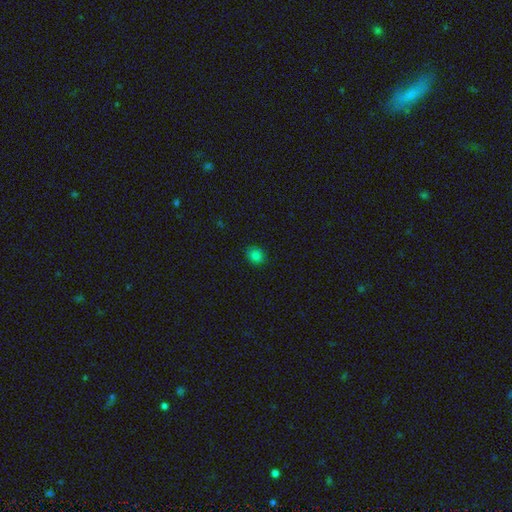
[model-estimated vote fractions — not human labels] Smooth or featured: smooth — 82% (star or artifact — 14%)
How rounded: round — 70% (in between — 29%)
Merging: none — 89% (minor disturbance — 8%)